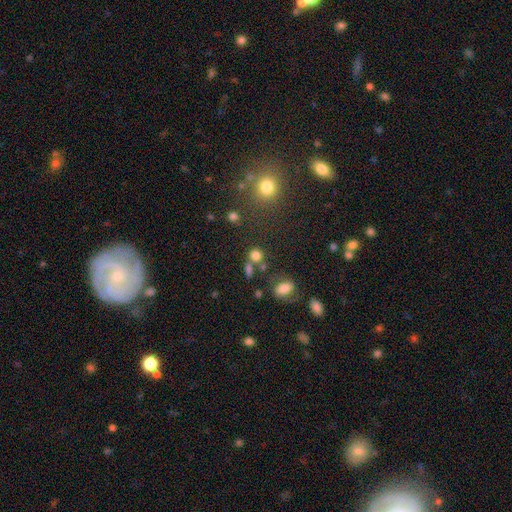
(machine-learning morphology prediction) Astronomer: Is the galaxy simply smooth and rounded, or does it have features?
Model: smooth — 78%.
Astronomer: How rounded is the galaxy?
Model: round — 80%.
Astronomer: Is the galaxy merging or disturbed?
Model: none — 59%.